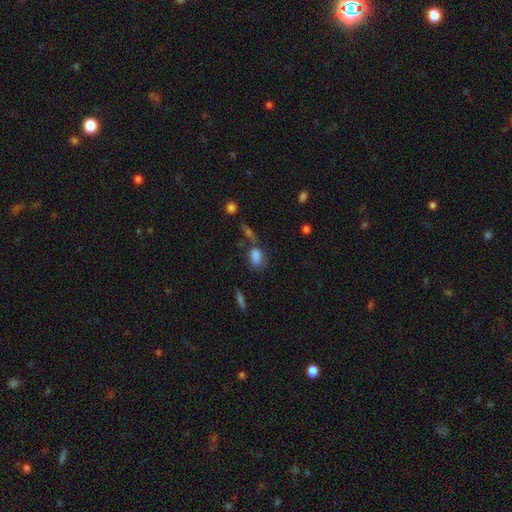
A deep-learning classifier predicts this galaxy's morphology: Smooth or featured: smooth — 78% (star or artifact — 12%)
How rounded: in between — 82% (round — 11%)
Merging: none — 46% (minor disturbance — 22%)